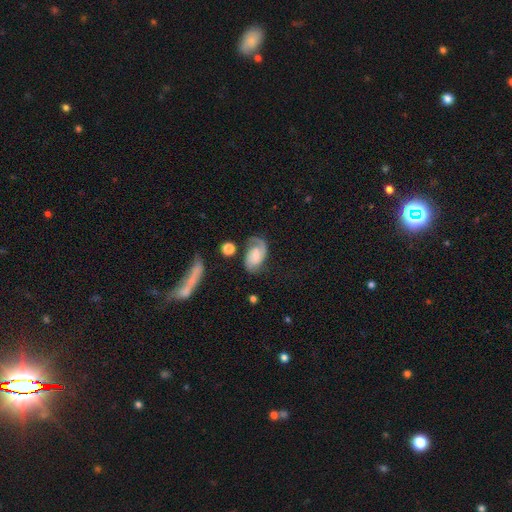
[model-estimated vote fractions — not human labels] A featured or disk galaxy (76%) with no bar (57%), 2 (63%) medium (43%) spiral arms (94%) and a small central bulge (51%). Merging: none (59%).